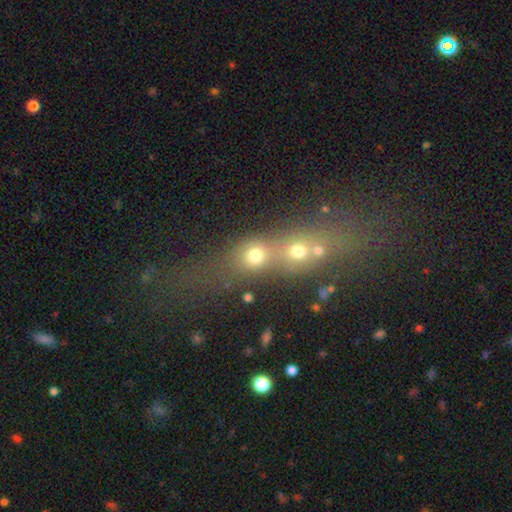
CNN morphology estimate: smooth-or-featured: smooth: 64% | star or artifact: 18% | featured or disk: 17%
  how-rounded: round: 63% | in between: 30% | cigar-shaped: 7%
  merging: merger: 62% | none: 25% | minor disturbance: 6% | major disturbance: 6%